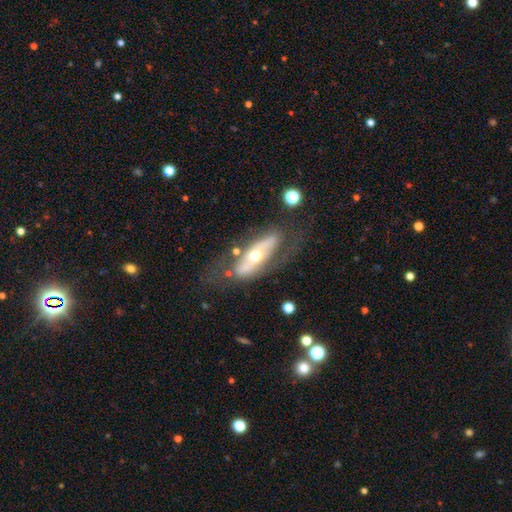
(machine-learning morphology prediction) Smooth or featured? Predicted: featured or disk (p=0.70). Edge-on disk? Predicted: no (p=0.76). Bar? Predicted: no (p=0.60). Spiral arms? Predicted: no (p=0.55). Bulge size? Predicted: moderate (p=0.69). Merging? Predicted: none (p=0.61).